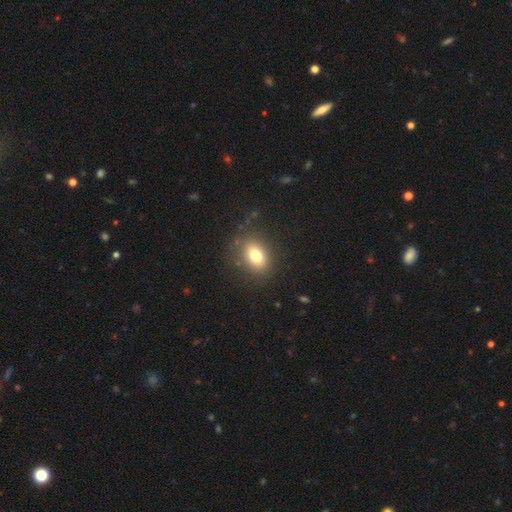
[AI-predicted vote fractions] smooth-or-featured: smooth: 77% | featured or disk: 12% | star or artifact: 11%
  how-rounded: in between: 70% | round: 28% | cigar-shaped: 2%
  merging: none: 83% | minor disturbance: 11% | major disturbance: 4% | merger: 2%